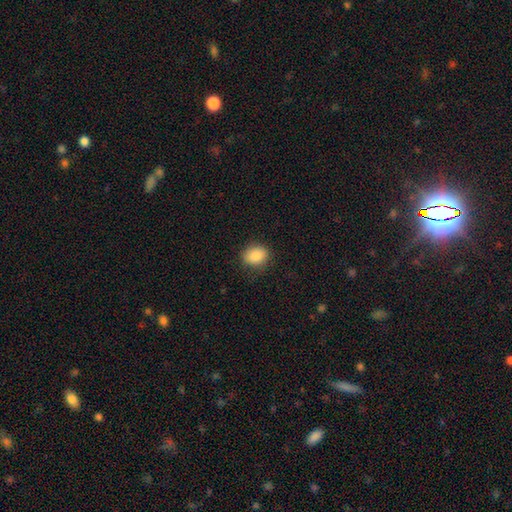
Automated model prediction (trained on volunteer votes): Morphology: type=smooth (88%); roundness=in between (54%); merging=none (83%).